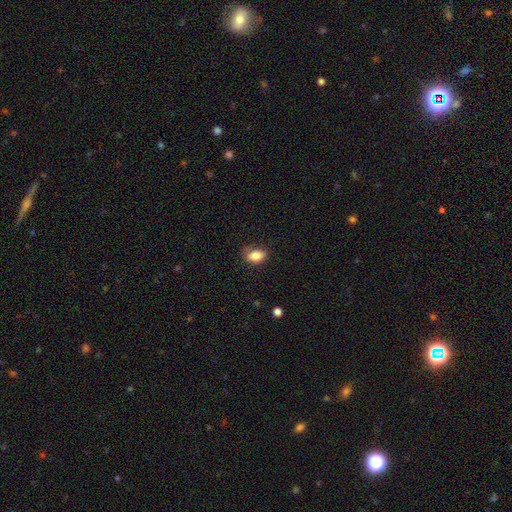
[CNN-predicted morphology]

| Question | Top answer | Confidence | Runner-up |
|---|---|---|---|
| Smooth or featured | smooth | 83% | featured or disk (8%) |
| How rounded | in between | 85% | round (12%) |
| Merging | none | 67% | minor disturbance (25%) |